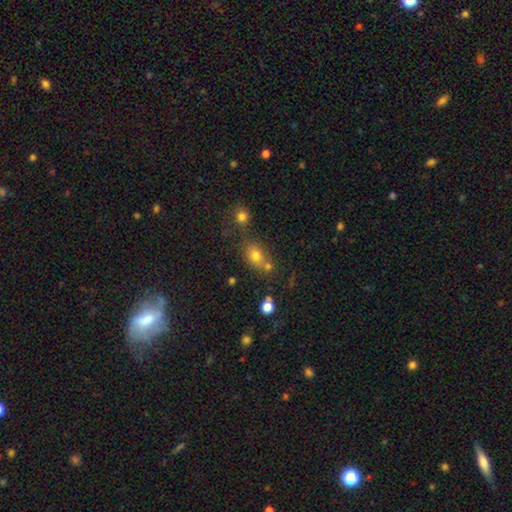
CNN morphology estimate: smooth-or-featured: smooth: 74% | star or artifact: 14% | featured or disk: 12%
  how-rounded: in between: 54% | round: 44% | cigar-shaped: 2%
  merging: none: 53% | merger: 27% | minor disturbance: 14% | major disturbance: 6%